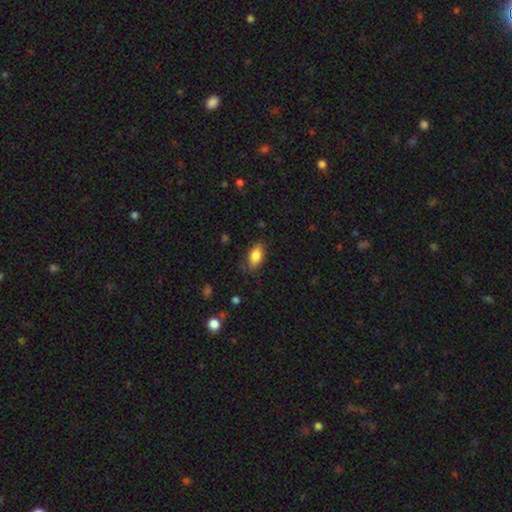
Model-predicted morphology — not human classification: Smooth or featured: smooth — 85% (featured or disk — 8%)
How rounded: in between — 90% (round — 6%)
Merging: none — 78% (minor disturbance — 16%)